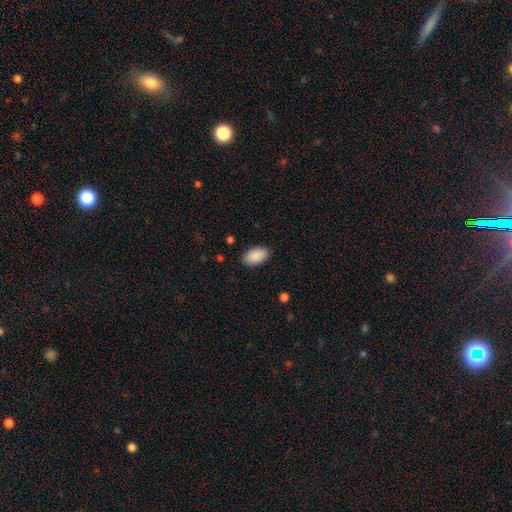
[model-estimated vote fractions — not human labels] Smooth or featured?
  - smooth: 91% *
  - star or artifact: 6%
  - featured or disk: 3%
How rounded?
  - in between: 94% *
  - round: 5%
  - cigar-shaped: 1%
Merging?
  - none: 88% *
  - minor disturbance: 9%
  - major disturbance: 2%
  - merger: 1%